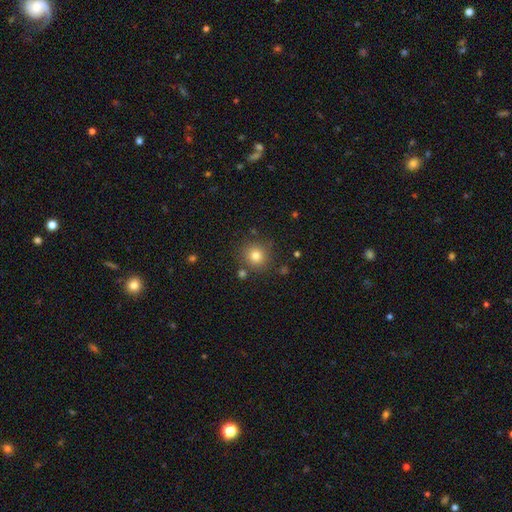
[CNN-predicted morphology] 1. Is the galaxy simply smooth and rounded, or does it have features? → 79% smooth, 13% star or artifact, 8% featured or disk.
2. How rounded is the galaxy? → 92% round, 7% in between, 1% cigar-shaped.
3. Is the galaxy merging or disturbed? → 83% none, 9% minor disturbance, 5% merger, 3% major disturbance.